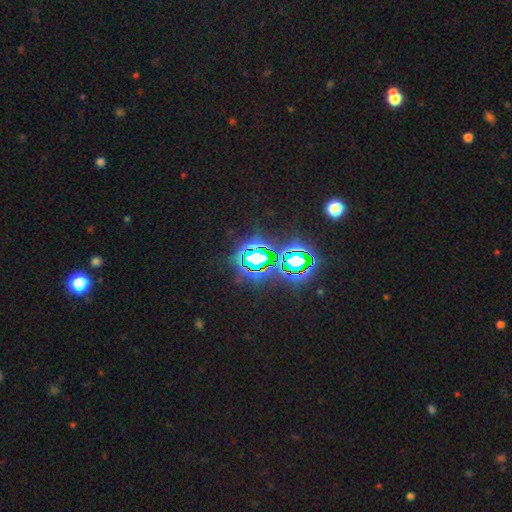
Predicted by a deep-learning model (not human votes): Morphology: type=star or artifact (80%).